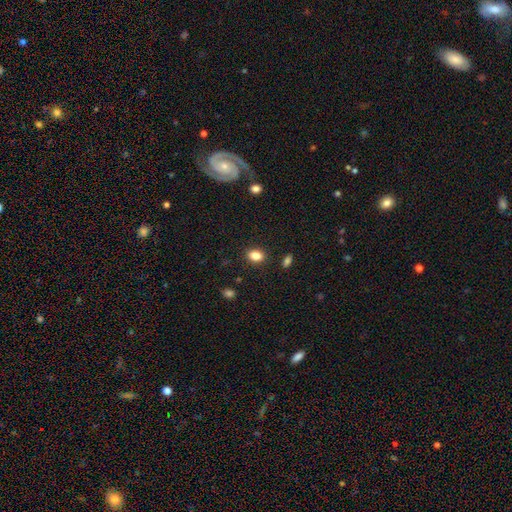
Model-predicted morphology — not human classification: Q: Smooth or featured?
A: smooth (84%); runner-up: star or artifact (10%)
Q: How rounded?
A: in between (71%); runner-up: round (27%)
Q: Merging?
A: none (88%); runner-up: minor disturbance (8%)